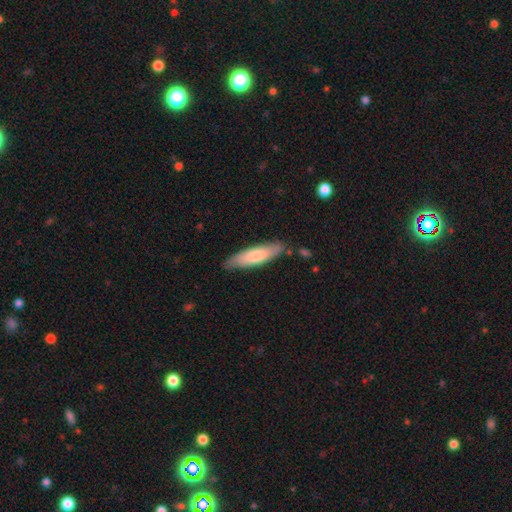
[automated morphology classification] This appears to be a smooth galaxy with no disk features (73%) that is cigar-shaped (68%). Merging: none (82%).